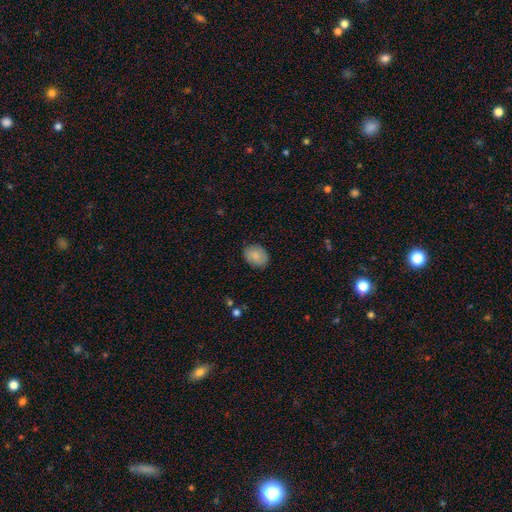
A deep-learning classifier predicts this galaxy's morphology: Smooth or featured: smooth — 85% (featured or disk — 8%)
How rounded: in between — 70% (round — 29%)
Merging: none — 84% (minor disturbance — 12%)